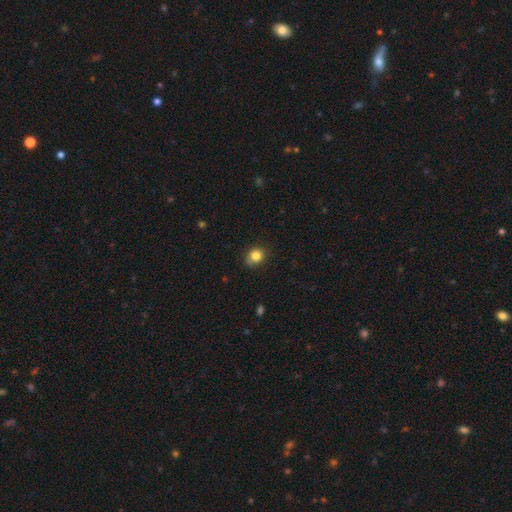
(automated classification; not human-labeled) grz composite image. It shows a smooth galaxy with no disk features (83%) that is round (72%). Merging: none (75%).